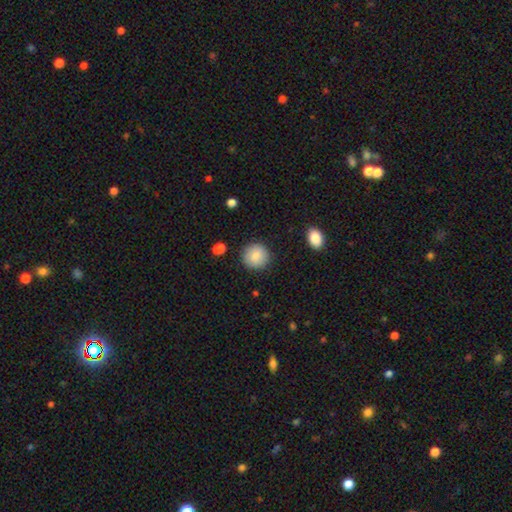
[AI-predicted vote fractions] Overall: smooth (87%). How rounded: round (93%). Merging: none (89%).